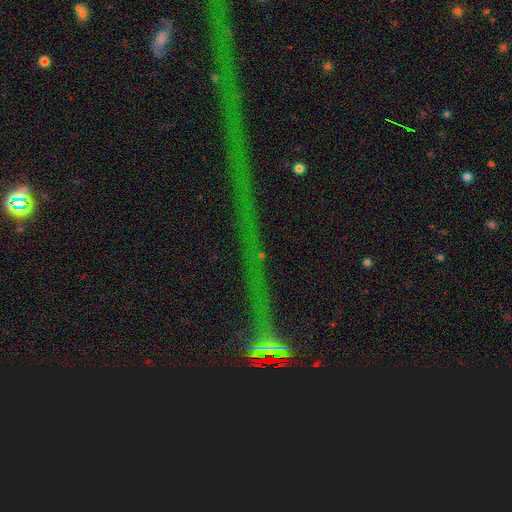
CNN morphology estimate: Smooth or featured? Predicted: star or artifact (p=0.80).